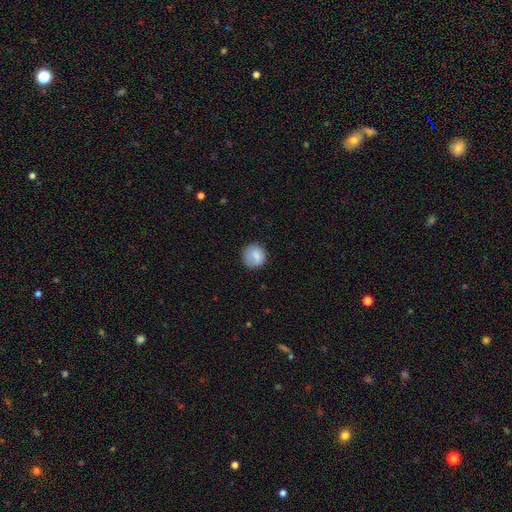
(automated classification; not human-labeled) The model was most divided on "merging": none: 79%, minor disturbance: 15%, major disturbance: 4%, merger: 1%. More confident: how rounded — round (90%); smooth or featured — smooth (81%).